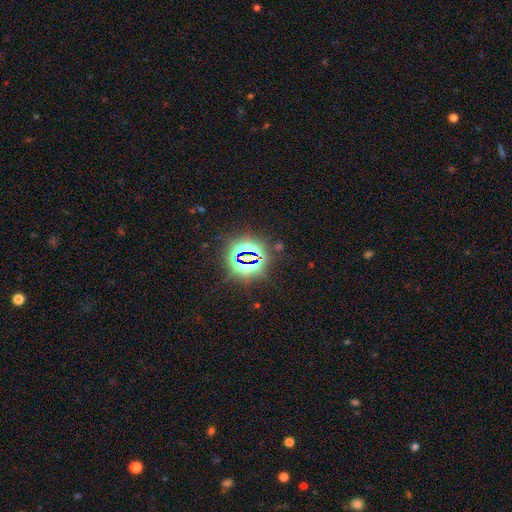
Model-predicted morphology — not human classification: Smooth or featured?
  - star or artifact: 79% *
  - smooth: 13%
  - featured or disk: 8%